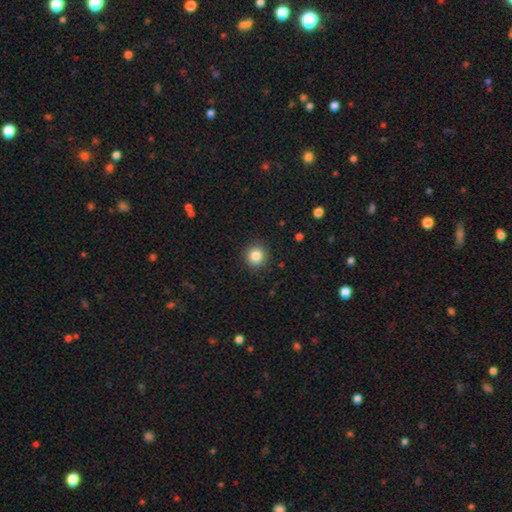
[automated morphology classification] type=smooth (85%); roundness=round (93%); merging=none (91%).